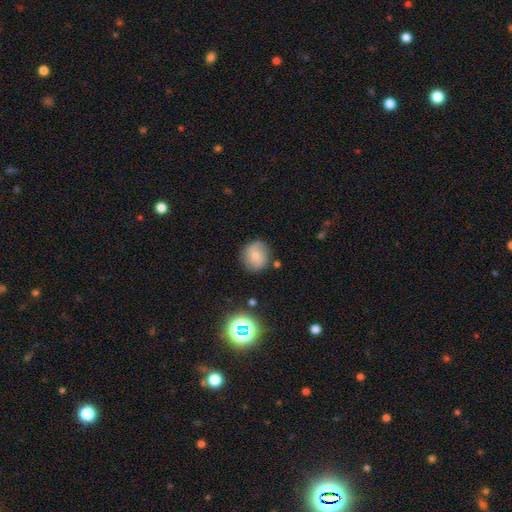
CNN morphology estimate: Q: Smooth or featured?
A: smooth (64%); runner-up: featured or disk (24%)
Q: How rounded?
A: round (84%); runner-up: in between (15%)
Q: Merging?
A: none (80%); runner-up: minor disturbance (14%)